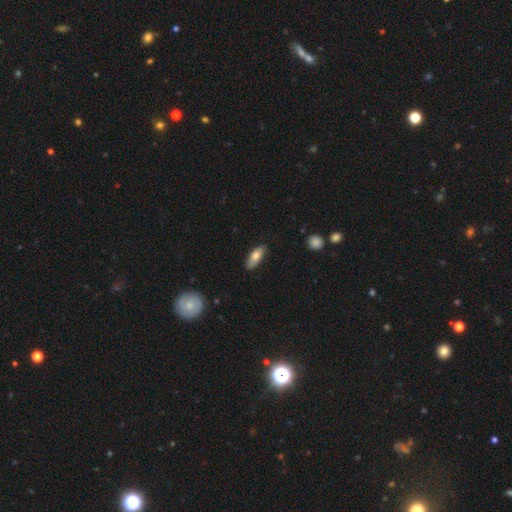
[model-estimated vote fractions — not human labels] Smooth or featured? smooth (75%)
How rounded? in between (77%)
Merging? none (78%)